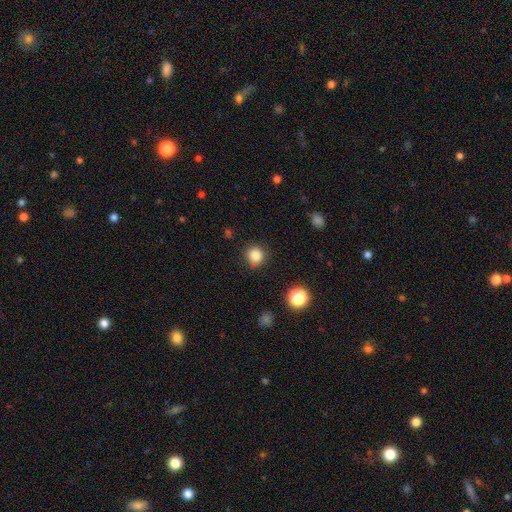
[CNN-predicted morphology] Smooth or featured? smooth (84%)
How rounded? round (87%)
Merging? none (84%)